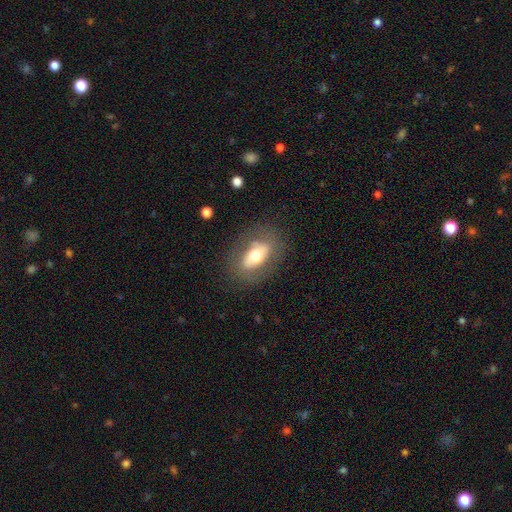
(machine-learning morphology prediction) Smooth or featured: smooth — 49% (featured or disk — 43%)
Merging: none — 77% (minor disturbance — 14%)